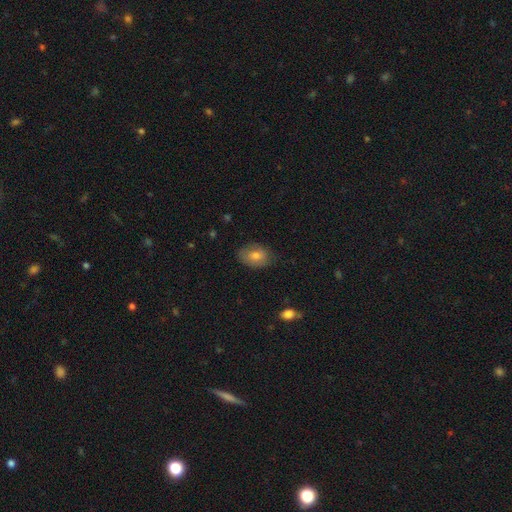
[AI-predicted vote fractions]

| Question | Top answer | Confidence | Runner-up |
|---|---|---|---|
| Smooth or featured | smooth | 71% | featured or disk (20%) |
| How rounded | in between | 79% | round (20%) |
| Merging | none | 73% | minor disturbance (22%) |